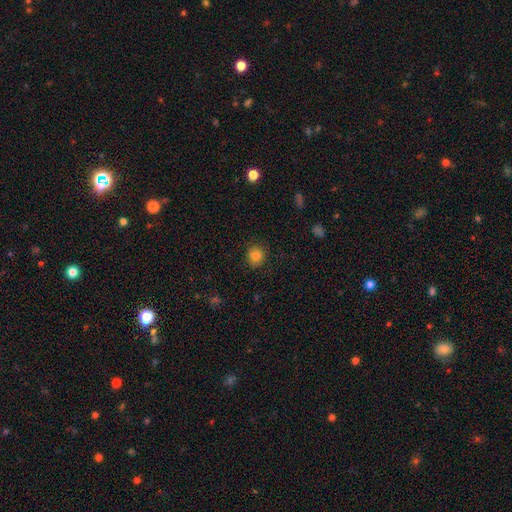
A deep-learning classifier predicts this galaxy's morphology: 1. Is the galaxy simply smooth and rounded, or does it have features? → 83% smooth, 11% star or artifact, 6% featured or disk.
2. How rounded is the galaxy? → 79% round, 20% in between, 1% cigar-shaped.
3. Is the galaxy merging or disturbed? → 87% none, 10% minor disturbance, 2% major disturbance, 1% merger.